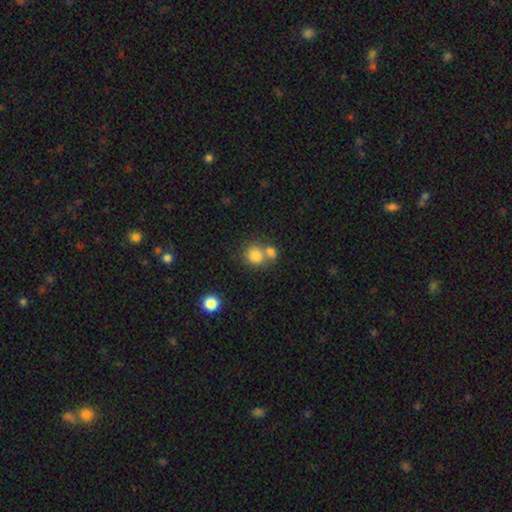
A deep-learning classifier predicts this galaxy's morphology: smooth_or_featured: smooth (p=0.81) [alt: star or artifact p=0.10]
how_rounded: round (p=0.83) [alt: in between p=0.16]
merging: none (p=0.46) [alt: merger p=0.41]